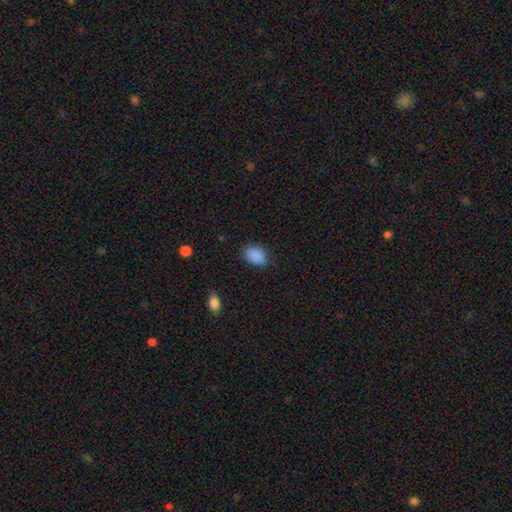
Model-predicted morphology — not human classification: Q: Smooth or featured?
A: smooth (88%); runner-up: star or artifact (8%)
Q: How rounded?
A: in between (81%); runner-up: round (18%)
Q: Merging?
A: none (80%); runner-up: minor disturbance (15%)